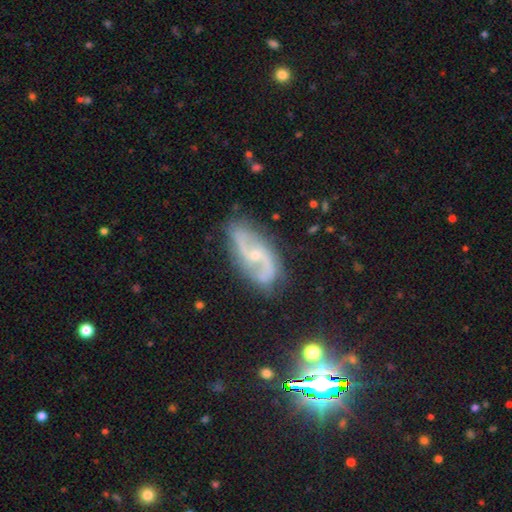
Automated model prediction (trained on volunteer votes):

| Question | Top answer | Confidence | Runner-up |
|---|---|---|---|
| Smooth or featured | featured or disk | 84% | smooth (8%) |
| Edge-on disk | no | 95% | yes (5%) |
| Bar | no | 52% | weak (36%) |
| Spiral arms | yes | 95% | no (5%) |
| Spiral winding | loose | 51% | medium (37%) |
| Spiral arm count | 2 | 89% | can't tell (5%) |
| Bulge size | small | 68% | moderate (27%) |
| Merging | none | 76% | minor disturbance (16%) |